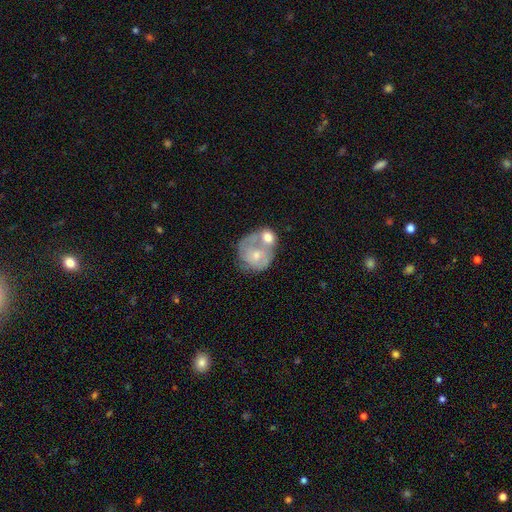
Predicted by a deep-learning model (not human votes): A featured or disk galaxy (49%). Merging: merger (64%).